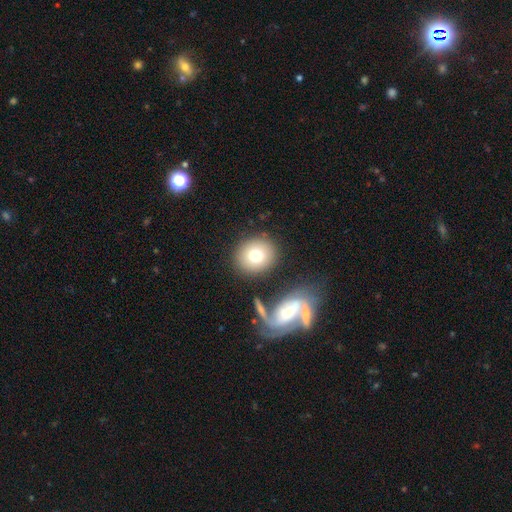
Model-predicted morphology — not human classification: Overall: smooth (76%). How rounded: round (77%). Merging: none (79%).